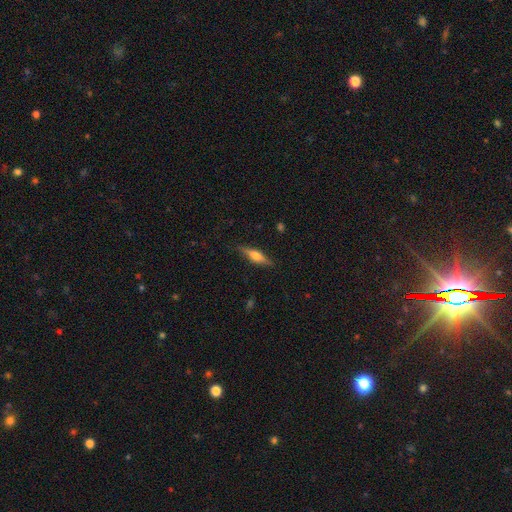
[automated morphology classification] smooth_or_featured: featured or disk (p=0.57) [alt: smooth p=0.36]
disk_edge_on: yes (p=0.95) [alt: no p=0.05]
edge_on_bulge: rounded (p=0.89) [alt: boxy p=0.08]
merging: none (p=0.86) [alt: minor disturbance p=0.10]